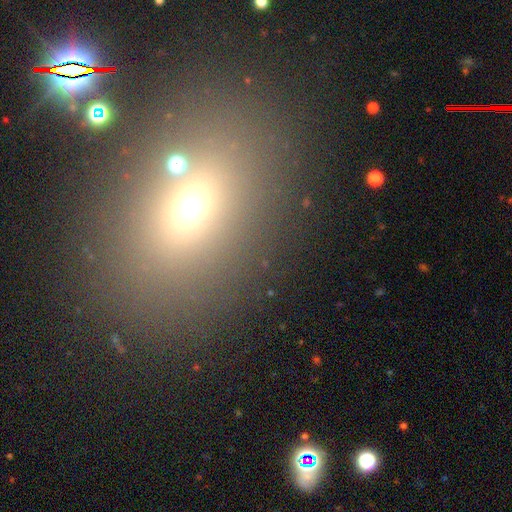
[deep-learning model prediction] Smooth or featured: smooth — 57% (star or artifact — 30%)
How rounded: in between — 66% (round — 32%)
Merging: none — 79% (minor disturbance — 9%)